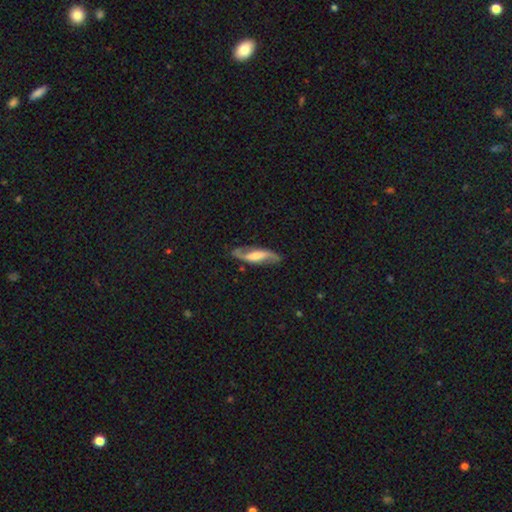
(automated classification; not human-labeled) Smooth or featured? Predicted: featured or disk (p=0.85). Edge-on disk? Predicted: no (p=0.90). Bar? Predicted: weak (p=0.41). Spiral arms? Predicted: yes (p=0.96). Spiral winding? Predicted: loose (p=0.60). Spiral arm count? Predicted: 2 (p=0.93). Bulge size? Predicted: moderate (p=0.44). Merging? Predicted: none (p=0.81).